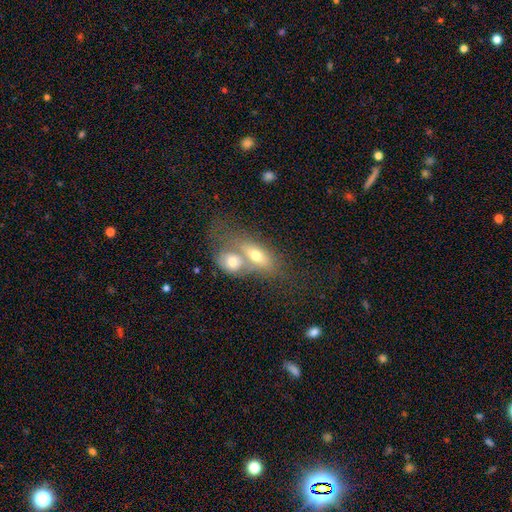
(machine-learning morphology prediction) smooth_or_featured: smooth (p=0.60) [alt: featured or disk p=0.32]
how_rounded: in between (p=0.72) [alt: cigar-shaped p=0.15]
merging: merger (p=0.68) [alt: none p=0.20]